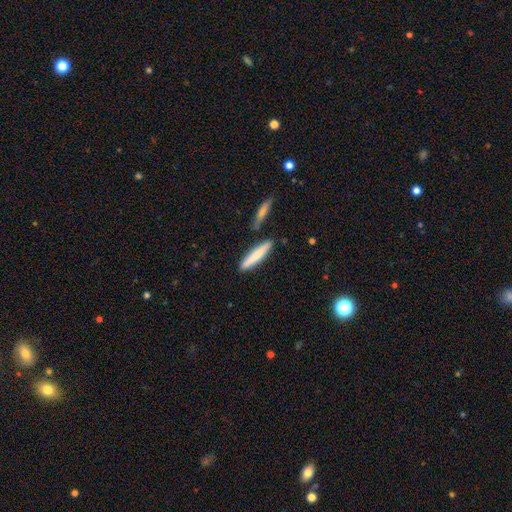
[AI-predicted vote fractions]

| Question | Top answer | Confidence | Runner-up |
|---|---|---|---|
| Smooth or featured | smooth | 72% | featured or disk (23%) |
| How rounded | cigar-shaped | 89% | in between (10%) |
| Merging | none | 81% | minor disturbance (10%) |